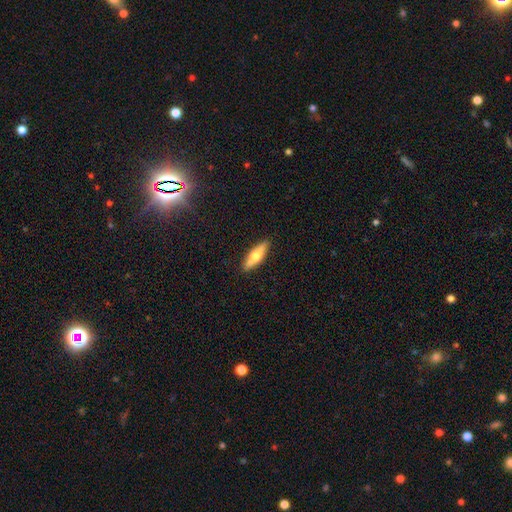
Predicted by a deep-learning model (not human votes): Smooth or featured?
  - smooth: 59% *
  - featured or disk: 35%
  - star or artifact: 6%
How rounded?
  - cigar-shaped: 58% *
  - in between: 40%
  - round: 2%
Merging?
  - none: 89% *
  - minor disturbance: 8%
  - major disturbance: 2%
  - merger: 1%